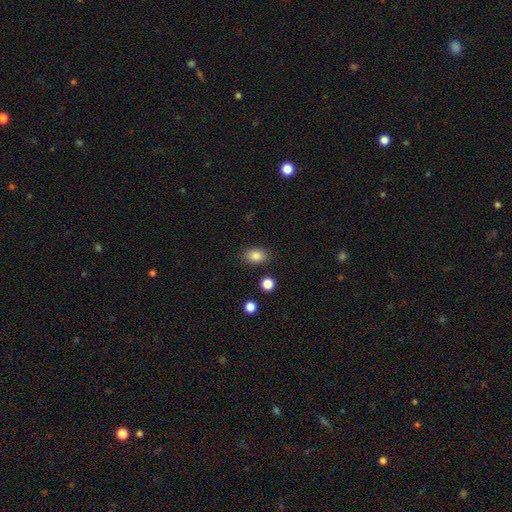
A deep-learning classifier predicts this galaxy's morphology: Overall: smooth (85%). How rounded: in between (78%). Merging: none (85%).